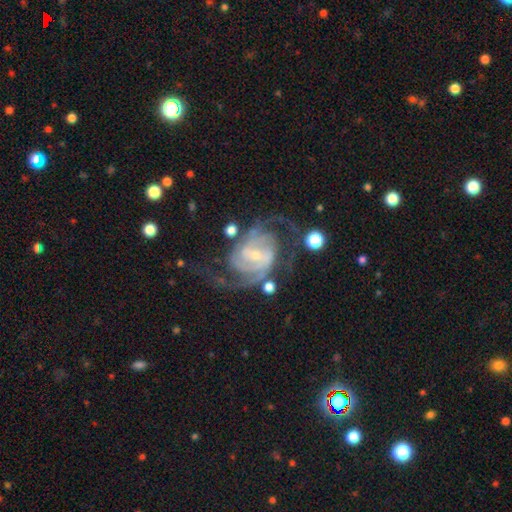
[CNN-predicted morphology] Smooth or featured: featured or disk — 92% (star or artifact — 5%)
Edge-on disk: no — 98% (yes — 2%)
Bar: weak — 45% (no — 32%)
Spiral arms: yes — 98% (no — 2%)
Spiral winding: medium — 49% (tight — 40%)
Spiral arm count: 2 — 59% (3 — 18%)
Bulge size: small — 74% (moderate — 21%)
Merging: none — 63% (minor disturbance — 17%)